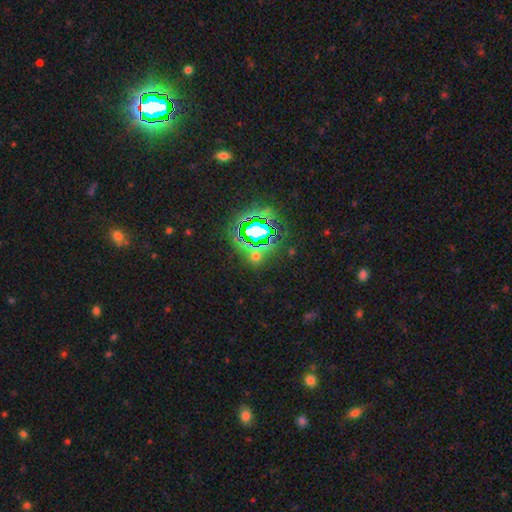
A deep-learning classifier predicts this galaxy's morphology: A star or artifact, not a galaxy (65%).